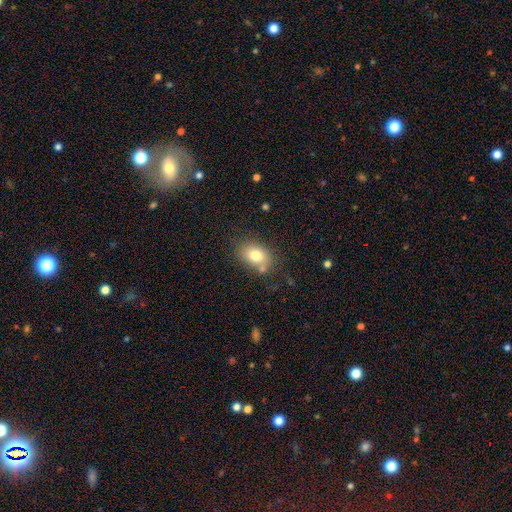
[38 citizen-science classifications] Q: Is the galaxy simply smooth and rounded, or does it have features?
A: smooth — 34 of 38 (89%).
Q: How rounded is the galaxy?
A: in between — 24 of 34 (71%).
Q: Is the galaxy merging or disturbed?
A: none — 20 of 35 (57%).